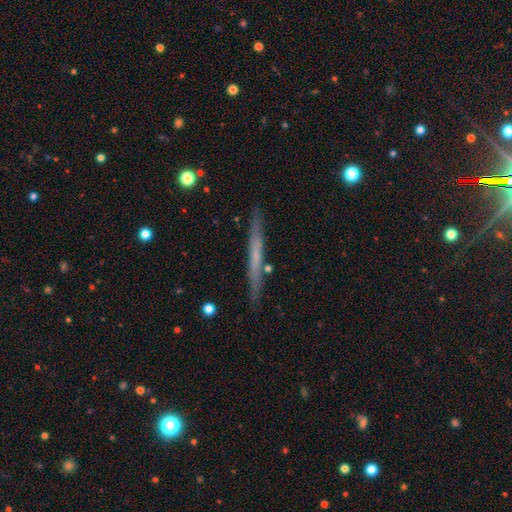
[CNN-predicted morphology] A featured or disk galaxy (50%) viewed edge-on (96%).

Vote fractions:
- Smooth or featured? featured or disk: 50% / smooth: 43% / star or artifact: 6%
- Edge-on disk? yes: 96% / no: 4%
- Merging? none: 88% / minor disturbance: 8% / merger: 2% / major disturbance: 2%